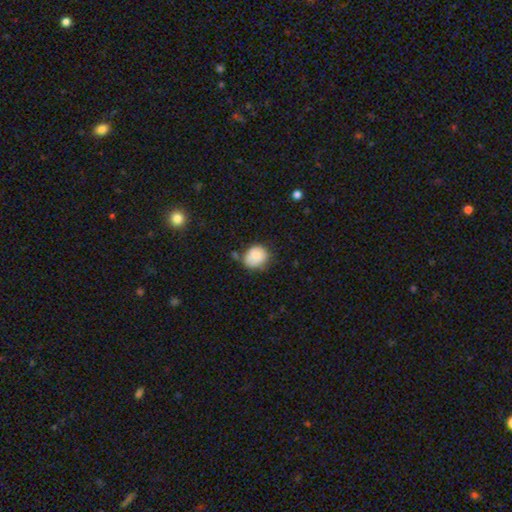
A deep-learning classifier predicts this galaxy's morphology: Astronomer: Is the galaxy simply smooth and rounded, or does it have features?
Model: smooth — 82%.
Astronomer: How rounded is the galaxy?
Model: round — 61% (runner-up: in between, 39%).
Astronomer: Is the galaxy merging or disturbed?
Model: none — 59%.